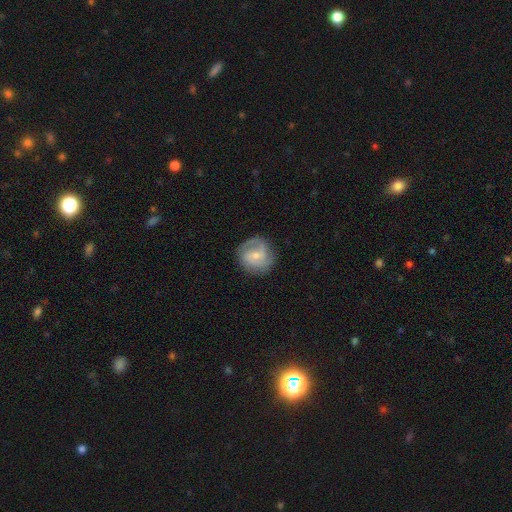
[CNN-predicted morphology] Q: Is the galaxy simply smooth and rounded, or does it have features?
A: featured or disk — 73%.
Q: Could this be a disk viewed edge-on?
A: no — 98%.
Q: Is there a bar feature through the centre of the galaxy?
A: no — 48%.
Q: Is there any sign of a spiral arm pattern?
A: yes — 93%.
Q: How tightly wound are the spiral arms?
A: medium — 45%.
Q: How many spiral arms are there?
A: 2 — 48%.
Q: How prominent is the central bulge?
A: small — 55%.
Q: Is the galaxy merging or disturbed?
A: none — 78%.